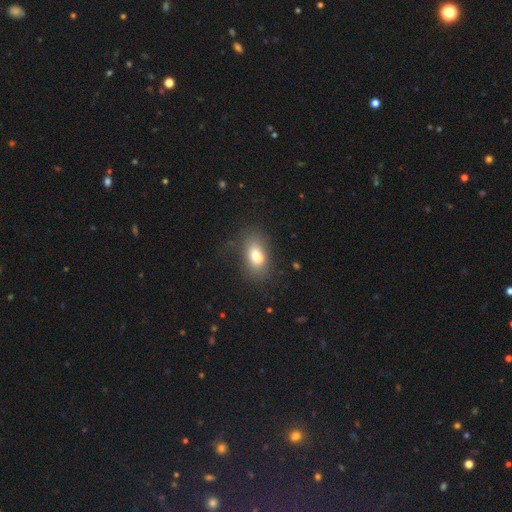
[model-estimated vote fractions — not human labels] smooth_or_featured: smooth (p=0.69) [alt: featured or disk p=0.19]
how_rounded: in between (p=0.82) [alt: round p=0.15]
merging: none (p=0.52) [alt: minor disturbance p=0.20]